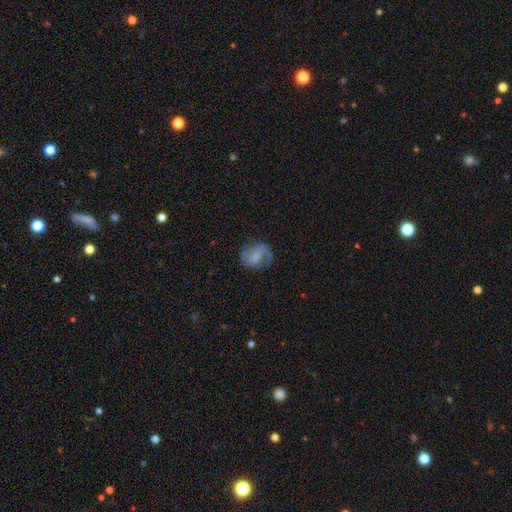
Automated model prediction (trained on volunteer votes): The model was most divided on "smooth or featured": featured or disk: 48%, smooth: 43%, star or artifact: 9%. More confident: merging — none (58%).